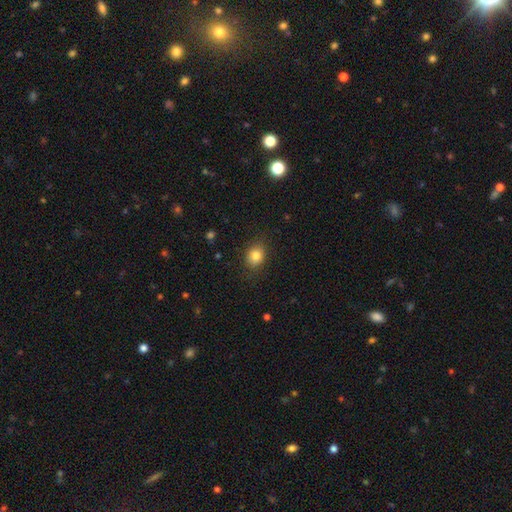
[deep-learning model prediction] A smooth galaxy with no disk features (82%) that is round (56%).

Vote fractions:
- Smooth or featured? smooth: 82% / star or artifact: 10% / featured or disk: 7%
- How rounded? round: 56% / in between: 43% / cigar-shaped: 1%
- Merging? none: 84% / minor disturbance: 12% / major disturbance: 3% / merger: 1%